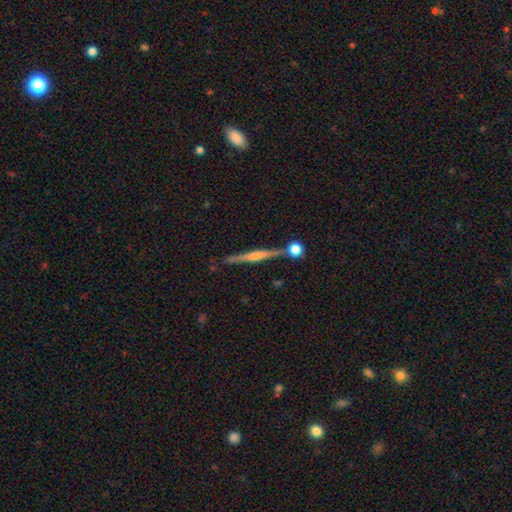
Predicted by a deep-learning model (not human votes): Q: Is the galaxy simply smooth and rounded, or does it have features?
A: featured or disk — 75%.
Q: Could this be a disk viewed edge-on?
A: yes — 98%.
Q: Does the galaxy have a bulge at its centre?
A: rounded — 66%.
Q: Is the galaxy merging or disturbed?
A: none — 84%.